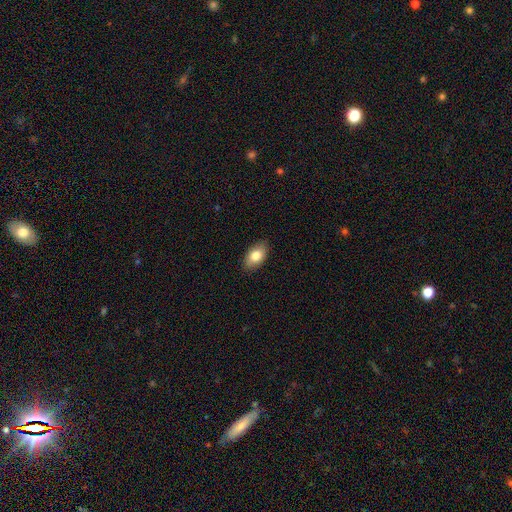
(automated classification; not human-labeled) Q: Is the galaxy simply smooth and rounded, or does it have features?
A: smooth — 81%.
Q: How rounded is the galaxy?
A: in between — 92%.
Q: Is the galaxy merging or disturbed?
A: none — 87%.